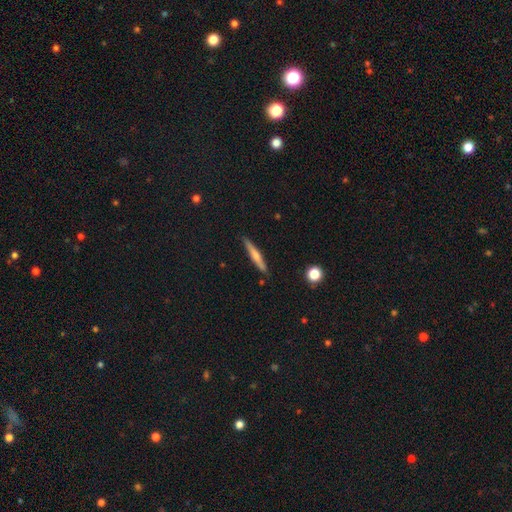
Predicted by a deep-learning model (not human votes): This appears to be a smooth galaxy with no disk features (49%). Merging: none (88%).